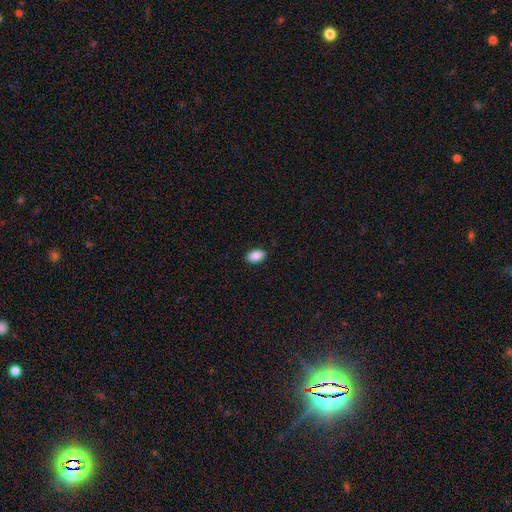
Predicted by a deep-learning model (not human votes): Q: Smooth or featured?
A: smooth (89%); runner-up: star or artifact (7%)
Q: How rounded?
A: in between (92%); runner-up: round (6%)
Q: Merging?
A: none (89%); runner-up: minor disturbance (8%)